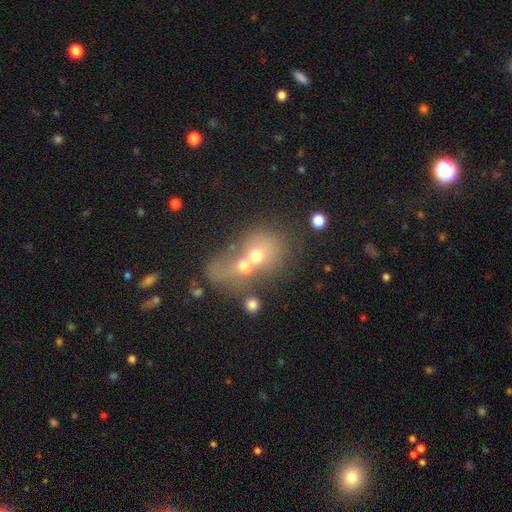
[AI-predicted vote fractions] Smooth or featured: smooth — 50% (featured or disk — 29%)
How rounded: round — 56% (in between — 42%)
Merging: merger — 68% (none — 19%)